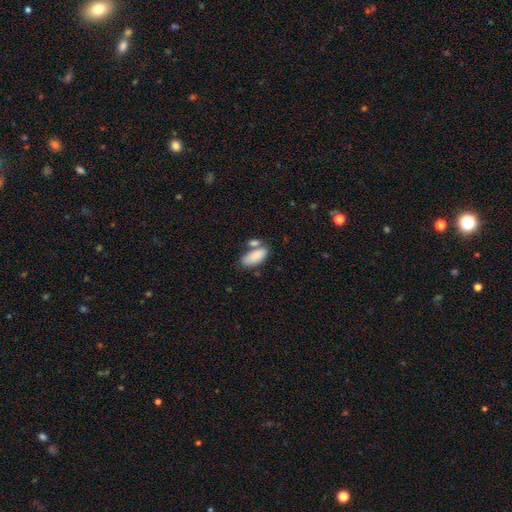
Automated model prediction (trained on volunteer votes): Smooth or featured: smooth — 85% (featured or disk — 8%)
How rounded: in between — 88% (cigar-shaped — 9%)
Merging: none — 48% (merger — 31%)